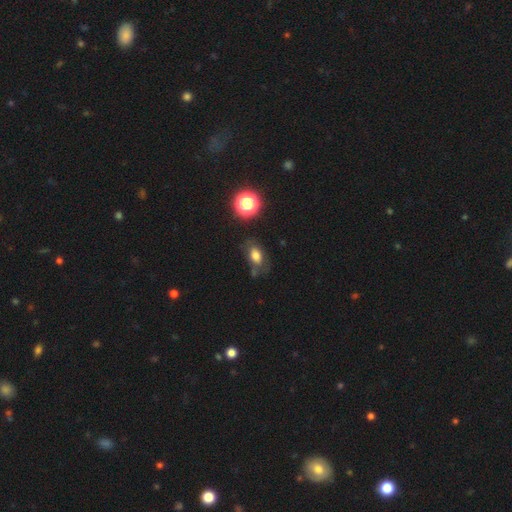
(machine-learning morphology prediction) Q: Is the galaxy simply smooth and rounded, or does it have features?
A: smooth — 71%.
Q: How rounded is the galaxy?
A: in between — 81%.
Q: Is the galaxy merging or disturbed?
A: none — 61%.